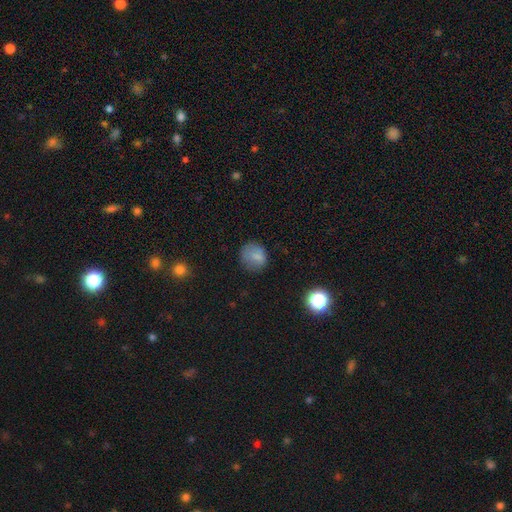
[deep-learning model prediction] A smooth galaxy with no disk features (80%) that is round (73%).

Vote fractions:
- Smooth or featured? smooth: 80% / star or artifact: 12% / featured or disk: 9%
- How rounded? round: 73% / in between: 26% / cigar-shaped: 1%
- Merging? none: 67% / minor disturbance: 23% / major disturbance: 9% / merger: 2%